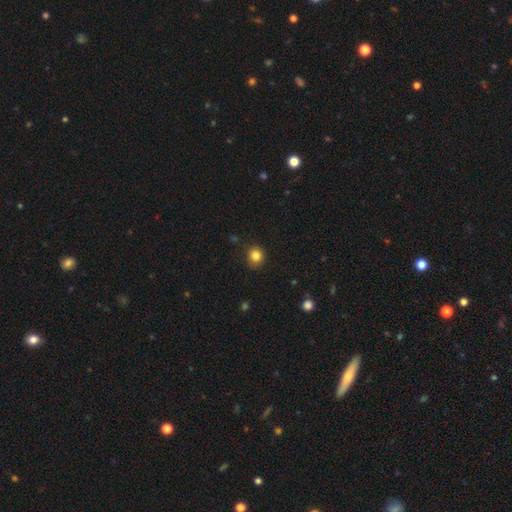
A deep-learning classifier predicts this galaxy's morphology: smooth-or-featured: smooth: 83% | star or artifact: 12% | featured or disk: 5%
  how-rounded: round: 85% | in between: 15% | cigar-shaped: 1%
  merging: none: 86% | minor disturbance: 10% | major disturbance: 2% | merger: 1%